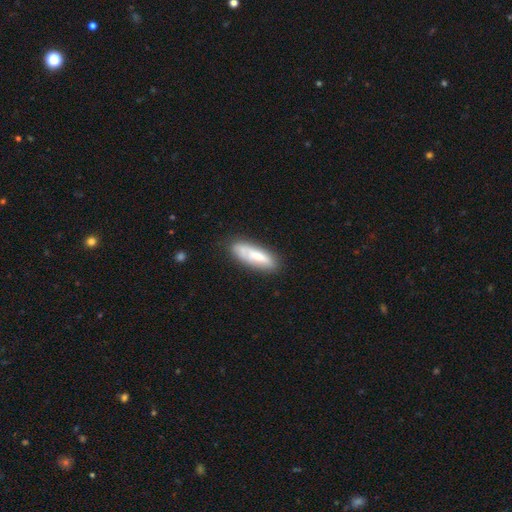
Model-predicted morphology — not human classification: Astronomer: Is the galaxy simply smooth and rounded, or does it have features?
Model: smooth — 63%.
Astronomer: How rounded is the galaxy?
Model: in between — 53% (runner-up: cigar-shaped, 45%).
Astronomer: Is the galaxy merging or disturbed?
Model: none — 66%.